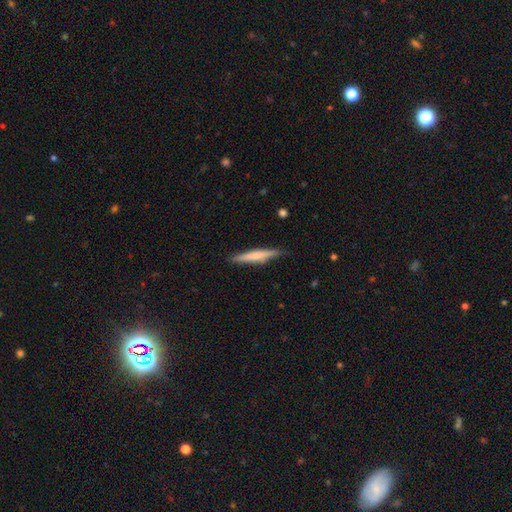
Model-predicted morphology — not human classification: smooth 59%, featured or disk 36%, star or artifact 6%. Down the decision tree: how rounded — cigar-shaped (93%); merging — none (86%).